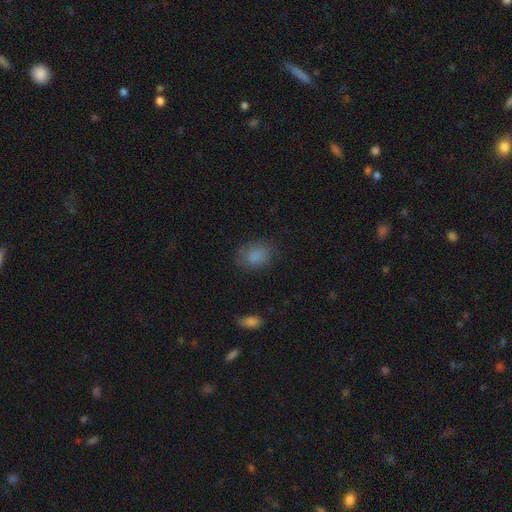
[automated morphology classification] smooth_or_featured: smooth (p=0.84) [alt: star or artifact p=0.10]
how_rounded: in between (p=0.61) [alt: round p=0.38]
merging: none (p=0.74) [alt: minor disturbance p=0.19]